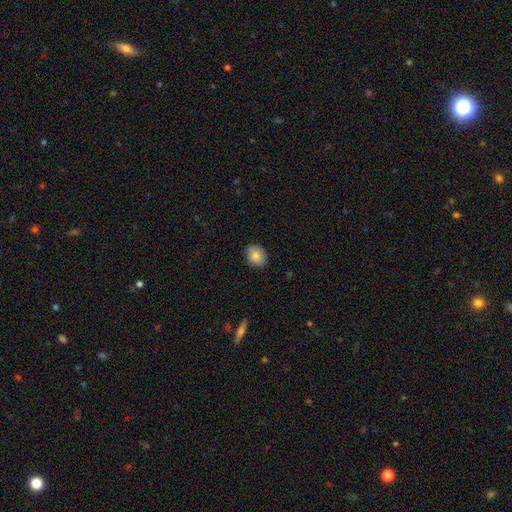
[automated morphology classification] Overall: smooth (83%). How rounded: in between (53%; round 46%). Merging: none (87%).